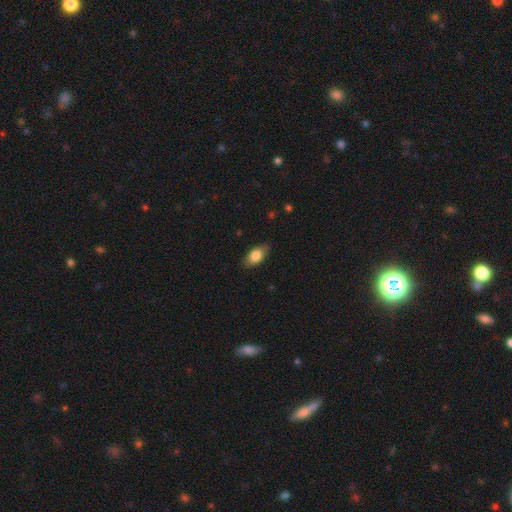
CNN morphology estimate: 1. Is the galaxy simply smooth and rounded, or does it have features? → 81% smooth, 12% featured or disk, 7% star or artifact.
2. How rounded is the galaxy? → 89% in between, 7% round, 4% cigar-shaped.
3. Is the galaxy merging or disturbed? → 83% none, 14% minor disturbance, 3% major disturbance, 1% merger.